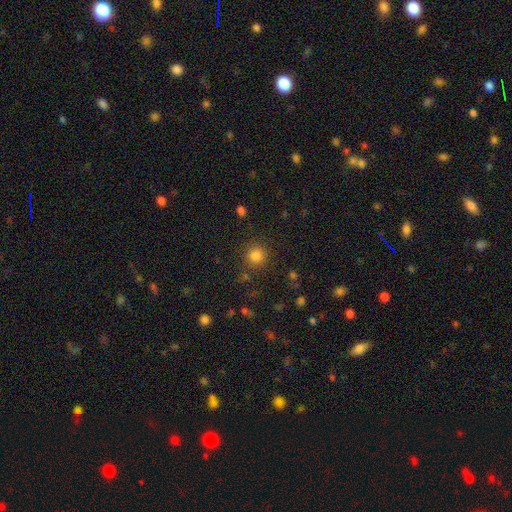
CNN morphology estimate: A smooth galaxy with no disk features (82%) that is round (92%). Merging: none (84%).